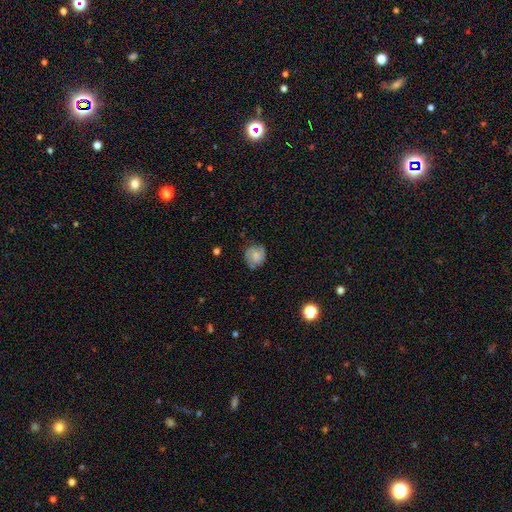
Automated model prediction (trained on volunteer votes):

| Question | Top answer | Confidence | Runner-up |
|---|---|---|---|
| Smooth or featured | smooth | 51% | featured or disk (41%) |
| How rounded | round | 82% | in between (17%) |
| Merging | none | 74% | minor disturbance (19%) |